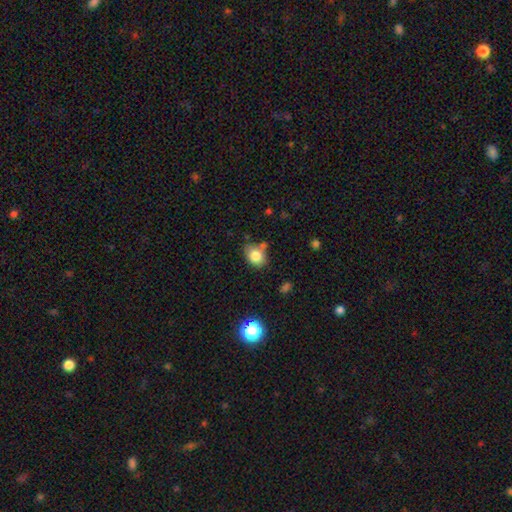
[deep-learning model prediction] Overall: smooth (80%). How rounded: round (51%; in between 48%). Merging: none (63%).